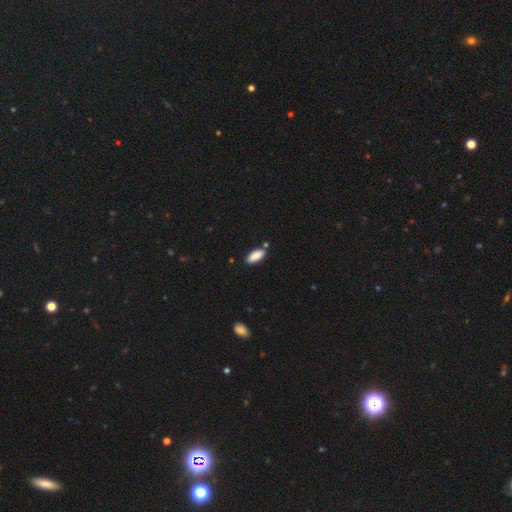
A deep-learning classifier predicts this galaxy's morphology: smooth-or-featured: smooth: 88% | star or artifact: 6% | featured or disk: 5%
  how-rounded: in between: 85% | cigar-shaped: 13% | round: 2%
  merging: none: 82% | minor disturbance: 12% | merger: 4% | major disturbance: 2%